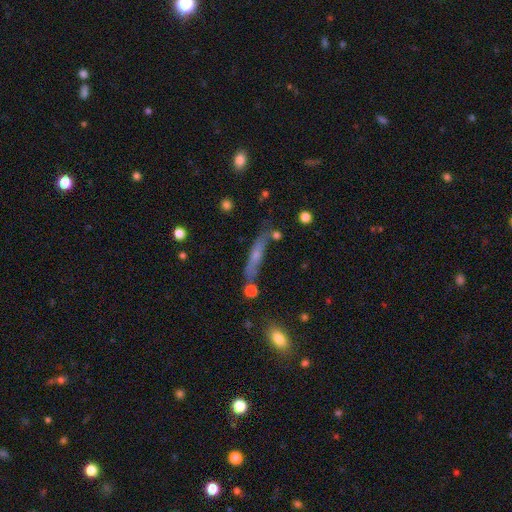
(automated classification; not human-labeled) smooth_or_featured: smooth (p=0.48) [alt: featured or disk p=0.42]
merging: none (p=0.63) [alt: minor disturbance p=0.22]